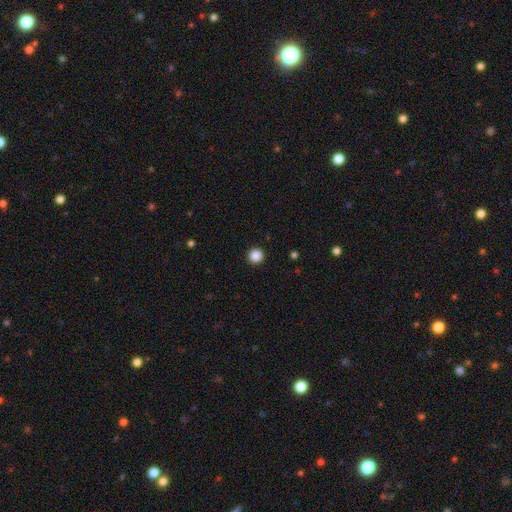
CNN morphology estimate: Smooth or featured? Predicted: smooth (p=0.87). How rounded? Predicted: round (p=0.96). Merging? Predicted: none (p=0.93).